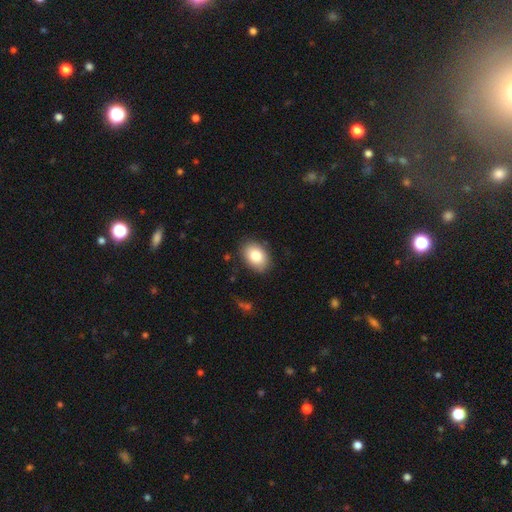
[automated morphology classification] The model was most divided on "how rounded": in between: 81%, round: 18%, cigar-shaped: 1%. More confident: merging — none (85%); smooth or featured — smooth (82%).